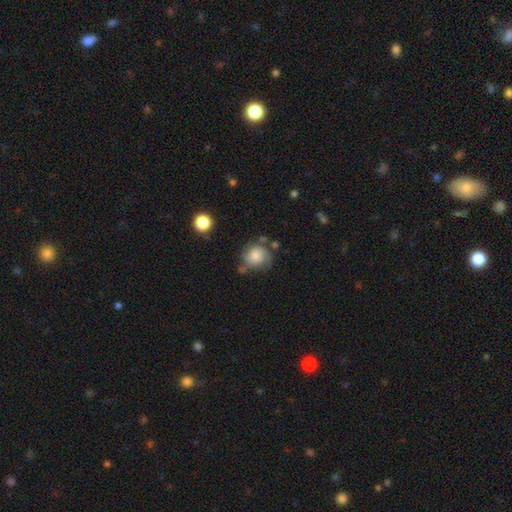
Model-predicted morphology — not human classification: Smooth or featured? smooth (65%)
How rounded? round (79%)
Merging? none (52%)